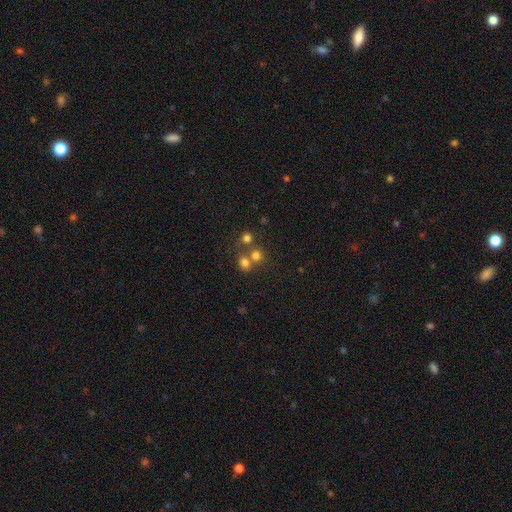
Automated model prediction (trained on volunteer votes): This appears to be a smooth galaxy with no disk features (71%) that is round (86%). Merging: none (52%).